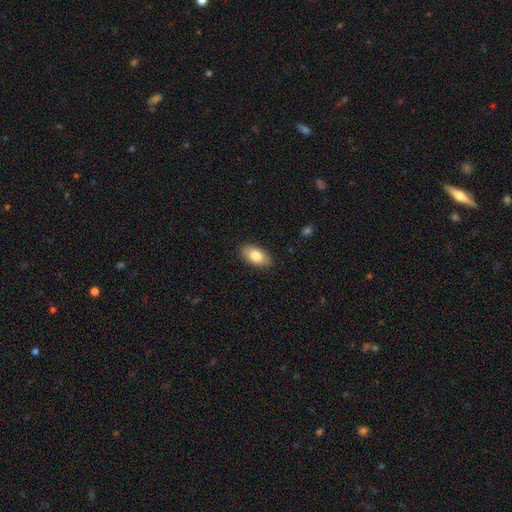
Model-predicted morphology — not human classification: type=smooth (82%); roundness=in between (94%); merging=none (87%).